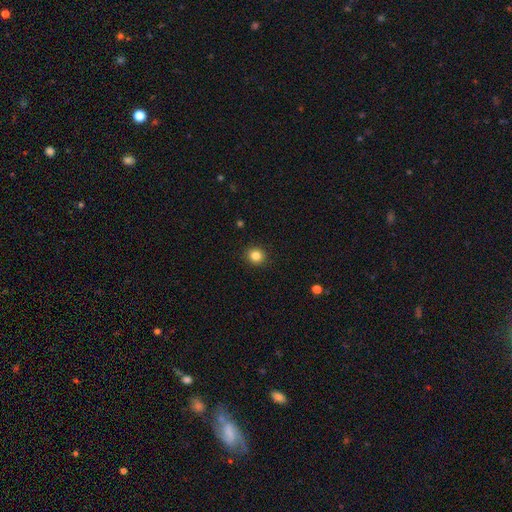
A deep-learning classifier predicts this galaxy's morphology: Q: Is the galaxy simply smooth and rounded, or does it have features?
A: smooth — 84%.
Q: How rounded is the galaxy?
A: round — 89%.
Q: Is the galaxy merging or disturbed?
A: none — 92%.